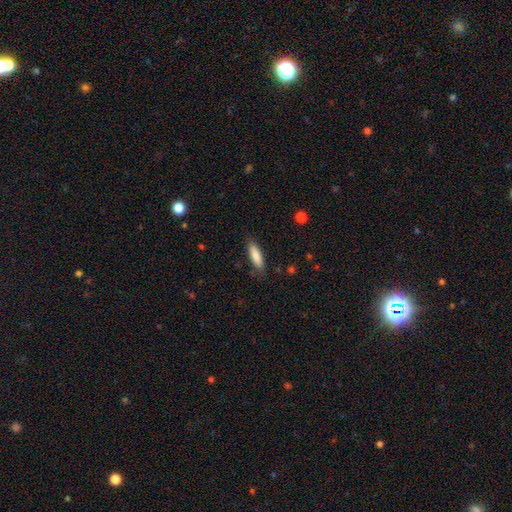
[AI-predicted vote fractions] smooth-or-featured: smooth: 84% | featured or disk: 11% | star or artifact: 6%
  how-rounded: cigar-shaped: 57% | in between: 42% | round: 1%
  merging: none: 84% | minor disturbance: 12% | major disturbance: 3% | merger: 1%